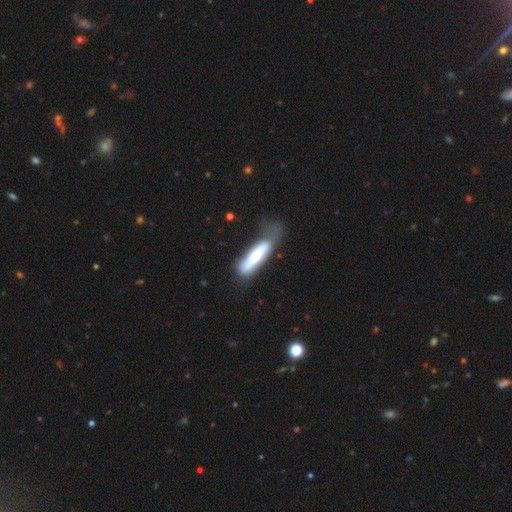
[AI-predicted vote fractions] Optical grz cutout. It shows a smooth galaxy with no disk features (56%) that is cigar-shaped (74%). Merging: none (37%).